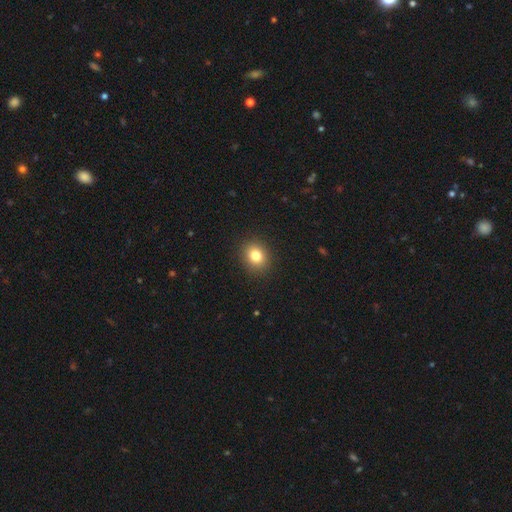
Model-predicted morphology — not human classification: smooth 81%, star or artifact 11%, featured or disk 8%. Down the decision tree: how rounded — round (67%); merging — none (91%).